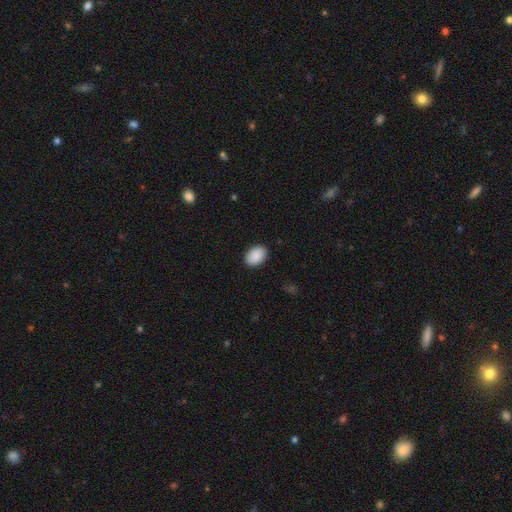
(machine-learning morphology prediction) Overall: smooth (91%). How rounded: in between (79%). Merging: none (89%).